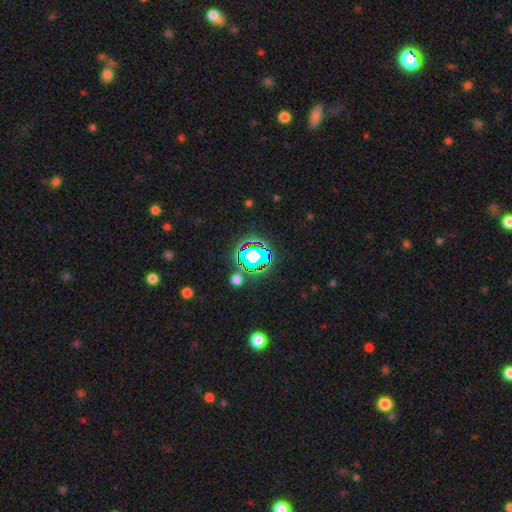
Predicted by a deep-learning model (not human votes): Morphology: type=star or artifact (63%).